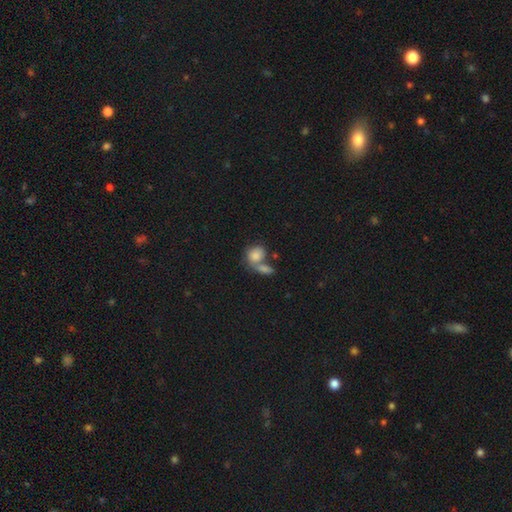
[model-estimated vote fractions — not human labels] This is clearly a smooth galaxy (81%). How rounded: possibly in between (53%). Merging: possibly merger (54%).